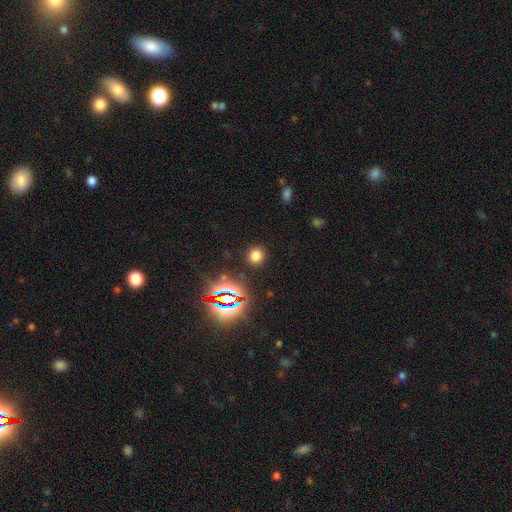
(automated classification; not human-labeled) smooth 69%, star or artifact 24%, featured or disk 6%. Down the decision tree: how rounded — round (83%); merging — none (88%).